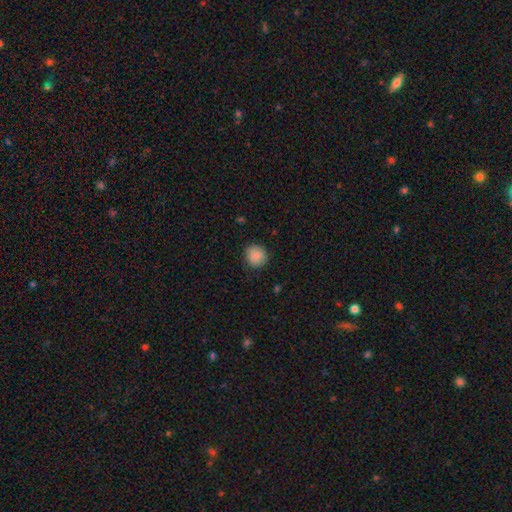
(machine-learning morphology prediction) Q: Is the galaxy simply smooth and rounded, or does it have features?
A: smooth — 88%.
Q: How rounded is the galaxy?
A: round — 89%.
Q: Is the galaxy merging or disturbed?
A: none — 88%.